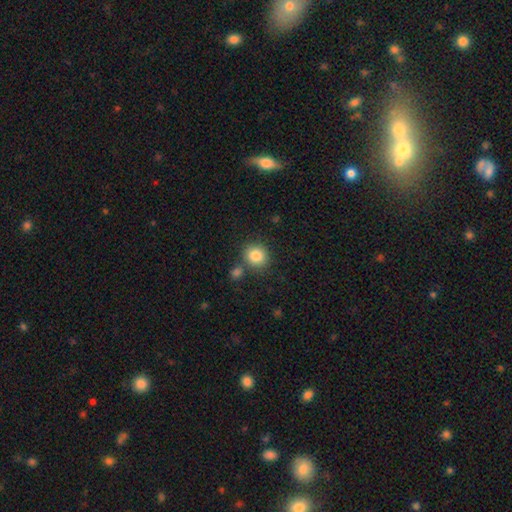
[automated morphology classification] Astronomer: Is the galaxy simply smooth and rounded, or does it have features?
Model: smooth — 84%.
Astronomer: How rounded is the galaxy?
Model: round — 87%.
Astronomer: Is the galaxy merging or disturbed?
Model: none — 76%.